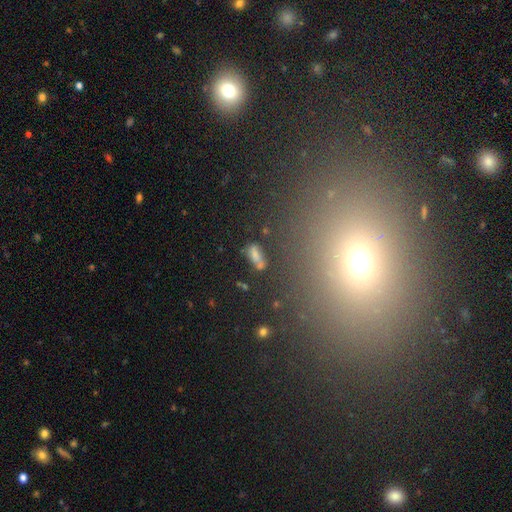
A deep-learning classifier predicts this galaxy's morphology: Overall: smooth (66%). How rounded: in between (73%). Merging: none (53%; minor disturbance 19%).